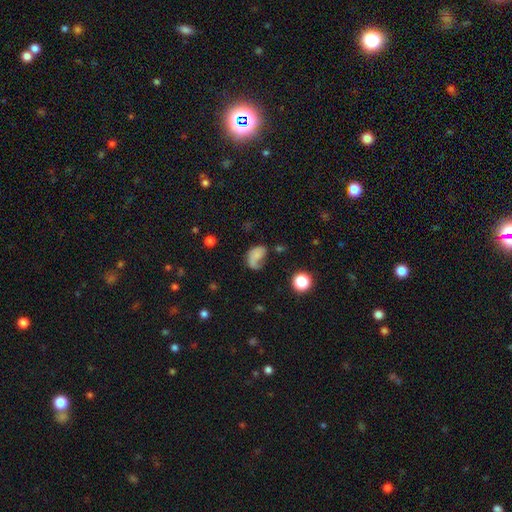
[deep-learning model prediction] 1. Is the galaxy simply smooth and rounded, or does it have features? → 55% smooth, 33% featured or disk, 12% star or artifact.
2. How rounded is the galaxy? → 79% in between, 19% round, 2% cigar-shaped.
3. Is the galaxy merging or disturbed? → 41% major disturbance, 28% none, 22% minor disturbance, 9% merger.